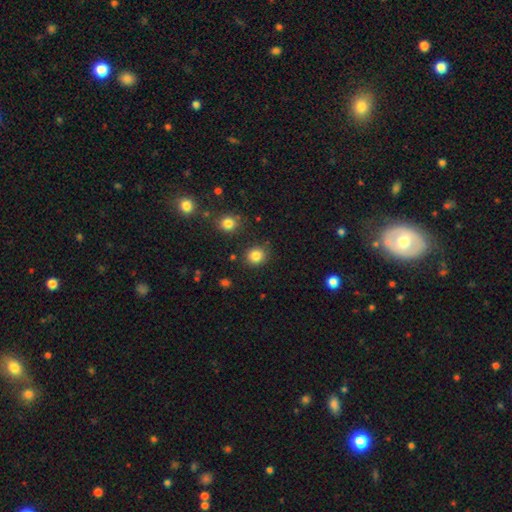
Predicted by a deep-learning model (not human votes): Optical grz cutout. It shows a smooth galaxy with no disk features (84%) that is round (84%). Merging: none (84%).